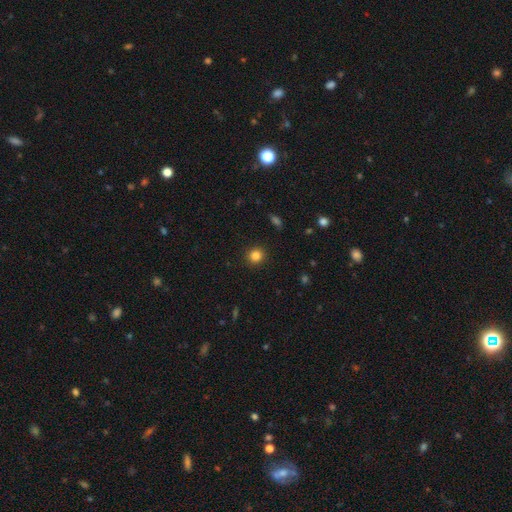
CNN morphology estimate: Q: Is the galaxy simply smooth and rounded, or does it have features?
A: smooth — 83%.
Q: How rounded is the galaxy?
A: round — 91%.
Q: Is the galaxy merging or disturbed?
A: none — 91%.